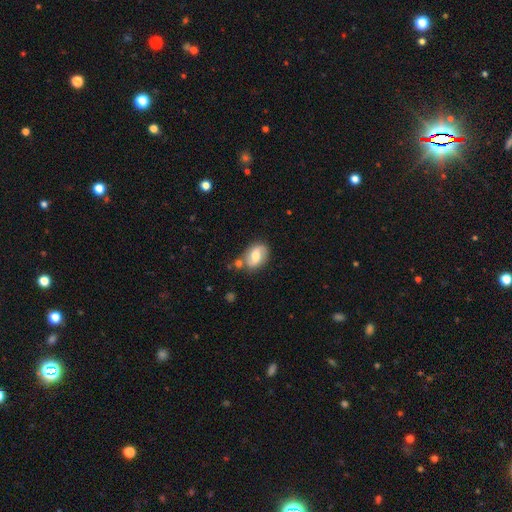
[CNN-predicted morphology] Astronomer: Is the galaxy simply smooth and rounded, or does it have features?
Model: smooth — 51% (runner-up: featured or disk, 42%).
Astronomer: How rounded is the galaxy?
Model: in between — 78%.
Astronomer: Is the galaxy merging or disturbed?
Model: none — 66%.